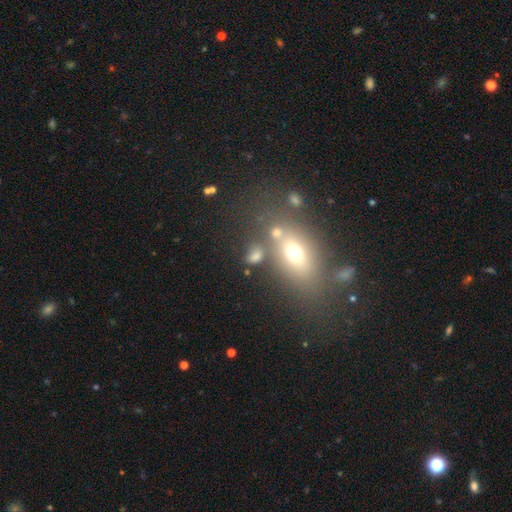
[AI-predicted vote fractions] Smooth or featured: smooth — 72% (star or artifact — 16%)
How rounded: in between — 74% (round — 21%)
Merging: none — 60% (merger — 19%)